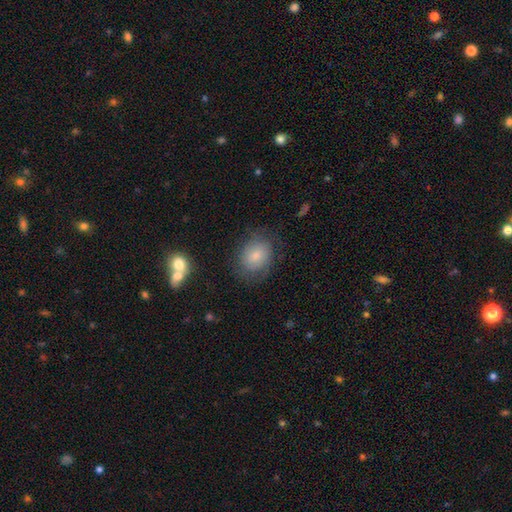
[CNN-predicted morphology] Smooth or featured? Predicted: smooth (p=0.68). How rounded? Predicted: in between (p=0.51). Merging? Predicted: none (p=0.69).